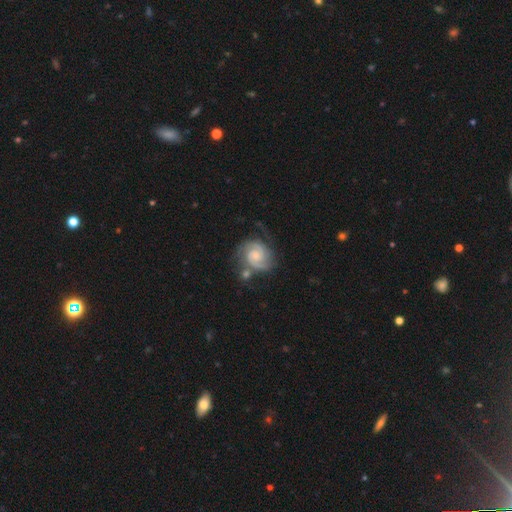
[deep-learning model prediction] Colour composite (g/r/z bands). It shows a featured or disk galaxy (88%) with no bar (60%), 2 (81%) tight (55%) spiral arms (98%) and a small central bulge (58%). Merging: none (62%).